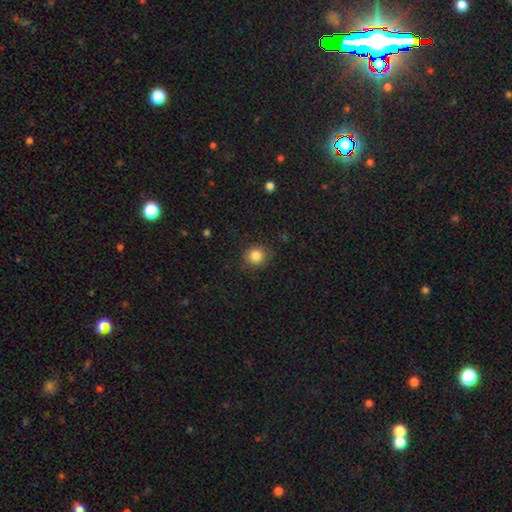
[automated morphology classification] type=smooth (85%); roundness=round (89%); merging=none (87%).